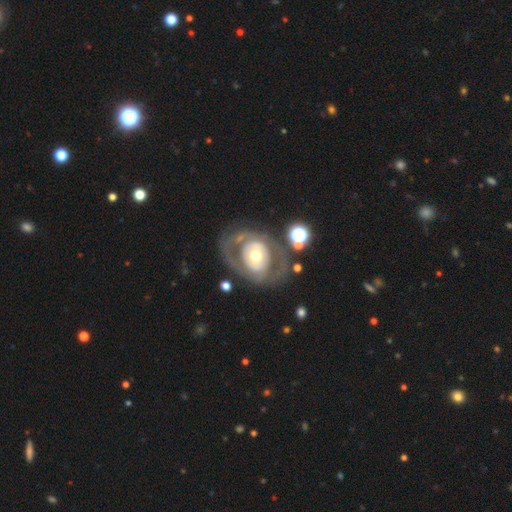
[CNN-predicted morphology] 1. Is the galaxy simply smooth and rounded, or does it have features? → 70% featured or disk, 23% smooth, 6% star or artifact.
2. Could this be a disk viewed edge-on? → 95% no, 5% yes.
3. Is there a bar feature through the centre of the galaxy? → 74% no, 18% weak, 8% strong.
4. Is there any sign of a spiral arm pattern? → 57% no, 43% yes.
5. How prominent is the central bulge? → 63% moderate, 17% large, 17% small, 2% dominant, 1% none.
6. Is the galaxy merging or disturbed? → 64% none, 17% major disturbance, 15% minor disturbance, 4% merger.